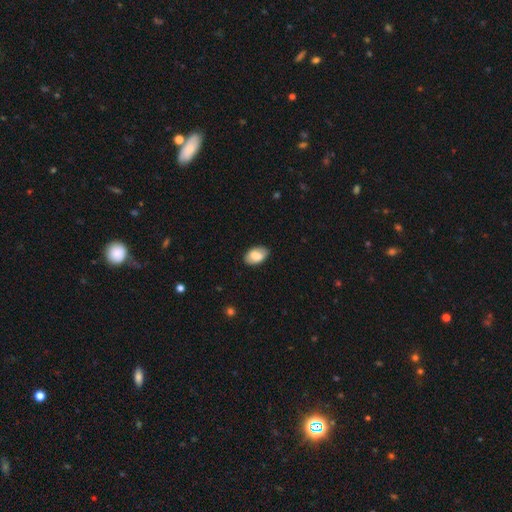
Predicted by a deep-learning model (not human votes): Smooth or featured? smooth (74%)
How rounded? in between (92%)
Merging? none (86%)